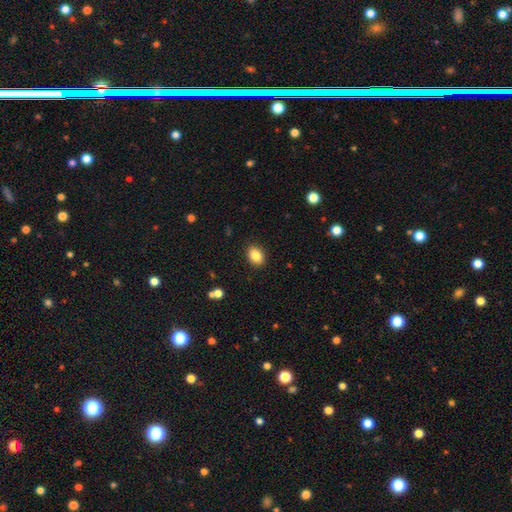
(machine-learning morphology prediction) This appears to be a smooth galaxy with no disk features (85%) that is in between round and cigar-shaped (74%). Merging: none (90%).